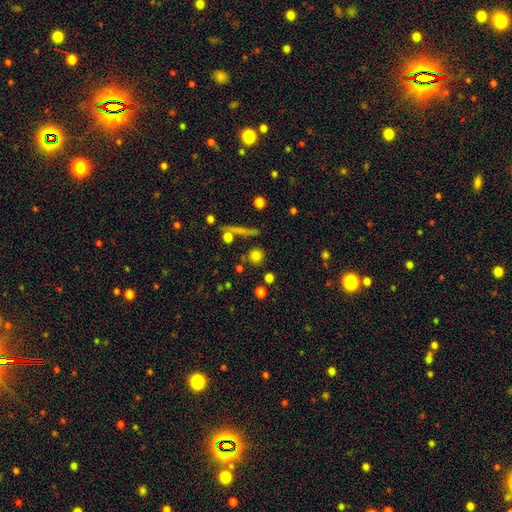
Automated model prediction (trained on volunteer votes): Overall: smooth (76%). How rounded: round (89%). Merging: none (80%).